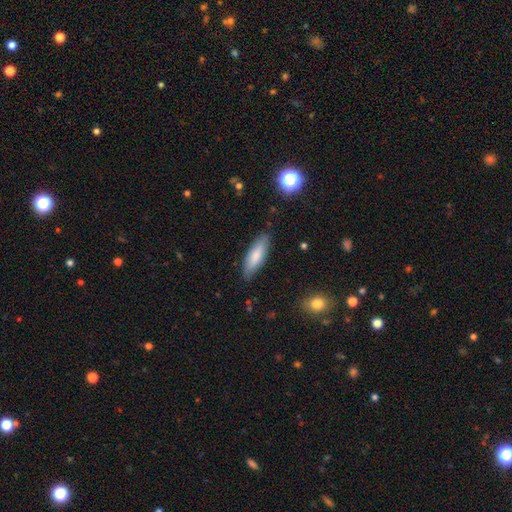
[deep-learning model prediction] This appears to be a smooth galaxy with no disk features (79%) that is in between round and cigar-shaped (50%). Merging: none (84%).